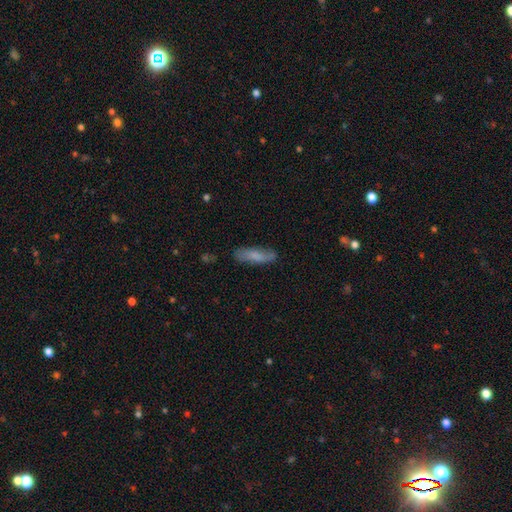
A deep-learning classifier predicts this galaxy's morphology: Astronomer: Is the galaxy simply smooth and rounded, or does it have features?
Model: smooth — 69%.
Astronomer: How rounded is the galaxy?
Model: cigar-shaped — 61% (runner-up: in between, 37%).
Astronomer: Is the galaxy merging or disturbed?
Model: none — 78%.